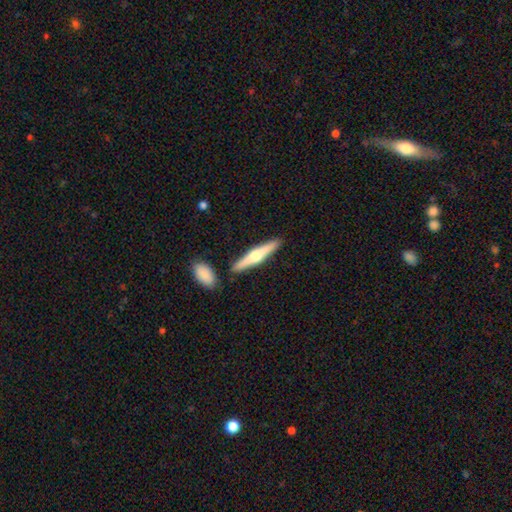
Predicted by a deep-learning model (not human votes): This appears to be a featured or disk galaxy (56%) viewed edge-on (97%) with a rounded central bulge (90%). Merging: none (86%).